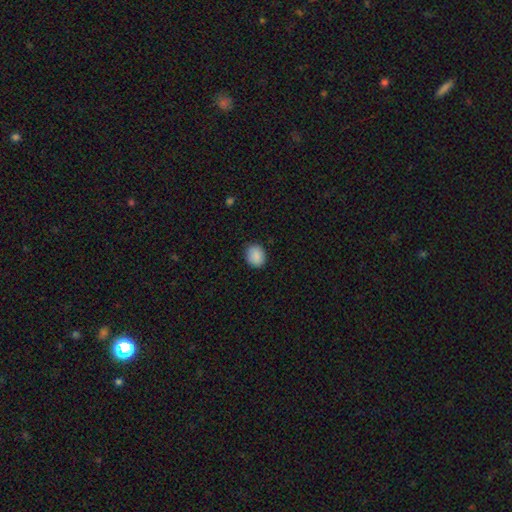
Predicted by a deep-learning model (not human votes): smooth_or_featured: smooth (p=0.88) [alt: star or artifact p=0.08]
how_rounded: round (p=0.64) [alt: in between p=0.35]
merging: none (p=0.86) [alt: minor disturbance p=0.11]